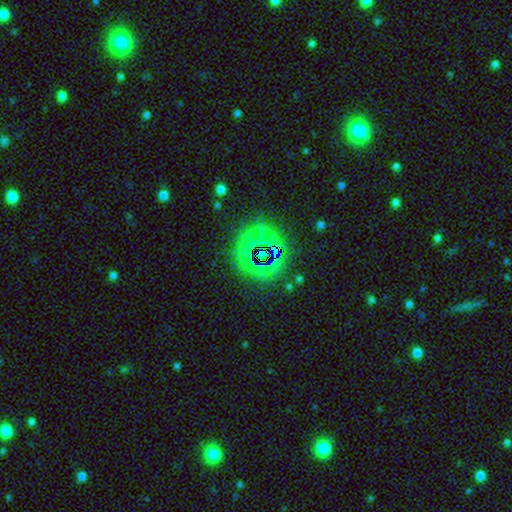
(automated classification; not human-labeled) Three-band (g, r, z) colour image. It shows a star or artifact, not a galaxy (65%).